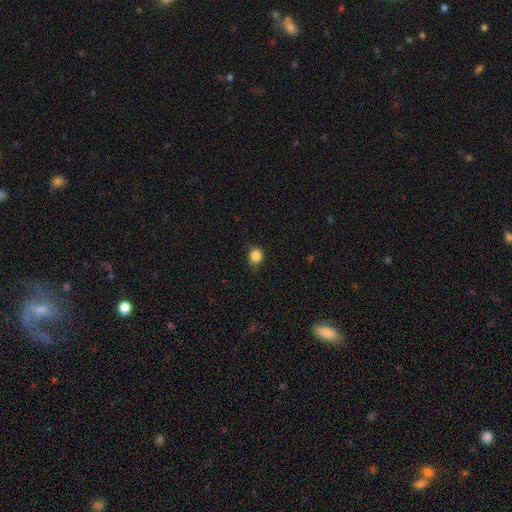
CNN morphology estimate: Overall: smooth (86%). How rounded: round (72%). Merging: none (83%).